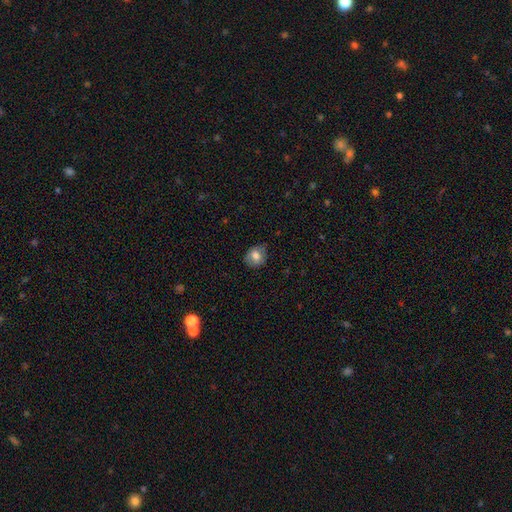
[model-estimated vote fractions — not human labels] This is likely a smooth galaxy (75%). How rounded: likely round (64%). Merging: likely none (72%).